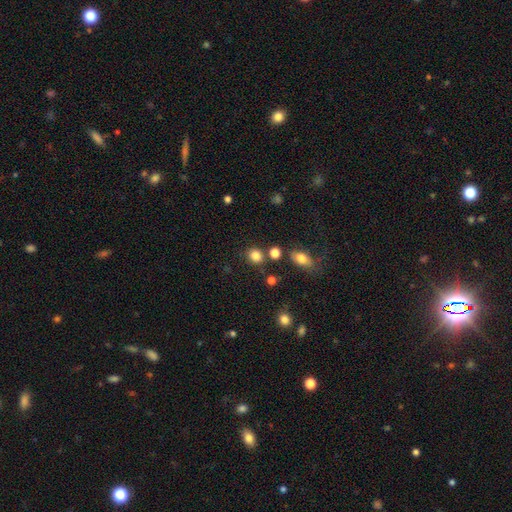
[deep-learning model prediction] smooth 84%, star or artifact 12%, featured or disk 5%. Down the decision tree: how rounded — round (80%); merging — none (78%).